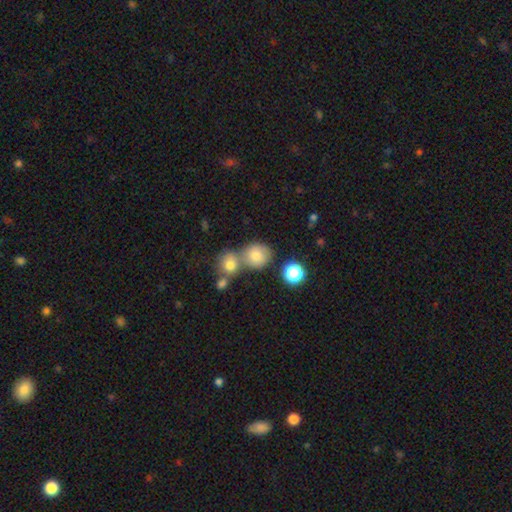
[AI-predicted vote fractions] Smooth or featured? smooth (75%)
How rounded? round (81%)
Merging? none (49%)